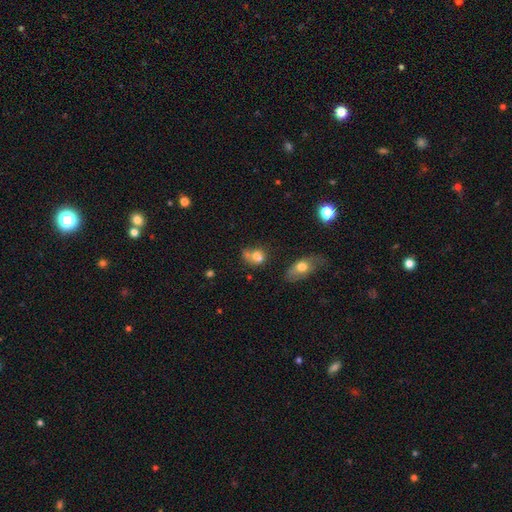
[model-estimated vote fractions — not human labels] This is likely a smooth galaxy (71%). How rounded: likely in between (60%). Merging: marginally merger (40%).